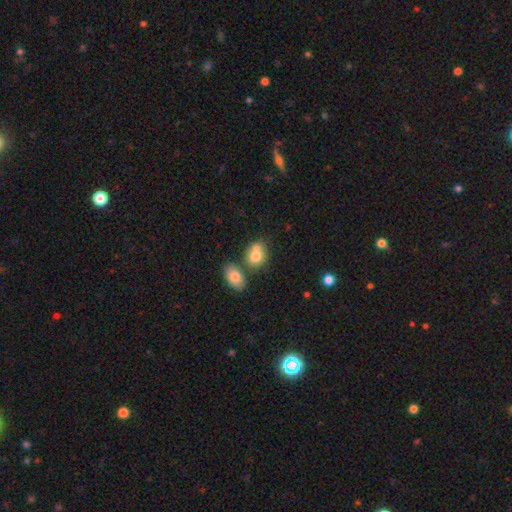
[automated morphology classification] Smooth or featured? smooth (77%)
How rounded? round (52%)
Merging? merger (47%)